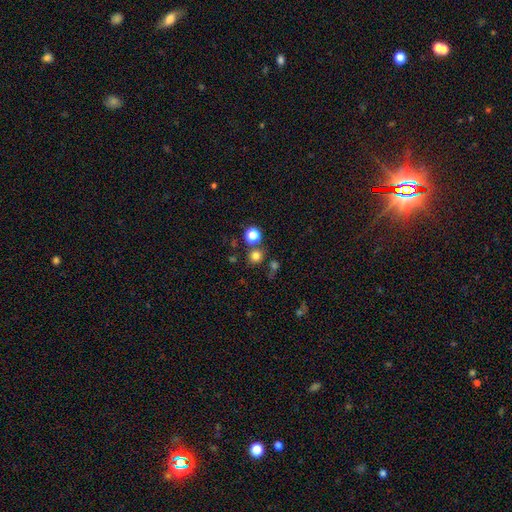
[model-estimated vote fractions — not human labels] smooth_or_featured: smooth (p=0.75) [alt: star or artifact p=0.19]
how_rounded: round (p=0.90) [alt: in between p=0.10]
merging: none (p=0.75) [alt: merger p=0.13]